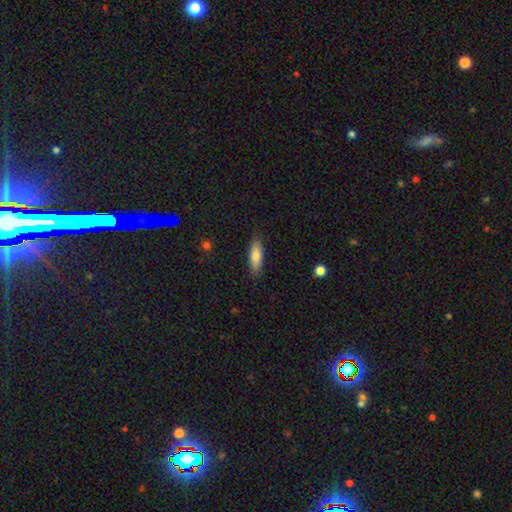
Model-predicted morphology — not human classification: The model was most divided on "how rounded": in between: 51%, cigar-shaped: 47%, round: 2%. More confident: merging — none (86%); smooth or featured — smooth (78%).